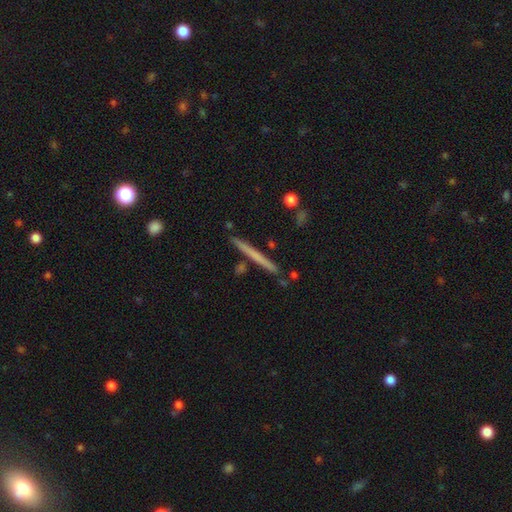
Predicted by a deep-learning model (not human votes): This is possibly a smooth galaxy (51%). How rounded: clearly cigar-shaped (97%). Merging: clearly none (88%).